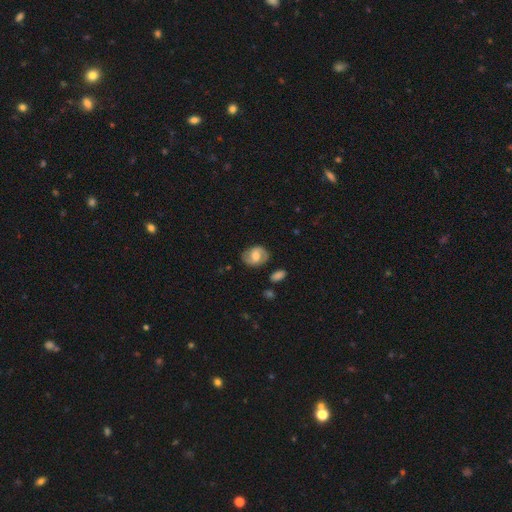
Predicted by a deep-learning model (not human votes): Smooth or featured?
  - featured or disk: 54% *
  - smooth: 39%
  - star or artifact: 7%
Edge-on disk?
  - no: 96% *
  - yes: 4%
Bar?
  - weak: 45% *
  - no: 37%
  - strong: 18%
Spiral arms?
  - yes: 77% *
  - no: 23%
Bulge size?
  - moderate: 63% *
  - small: 17%
  - large: 15%
  - none: 3%
  - dominant: 2%
Merging?
  - none: 78% *
  - minor disturbance: 15%
  - major disturbance: 5%
  - merger: 2%